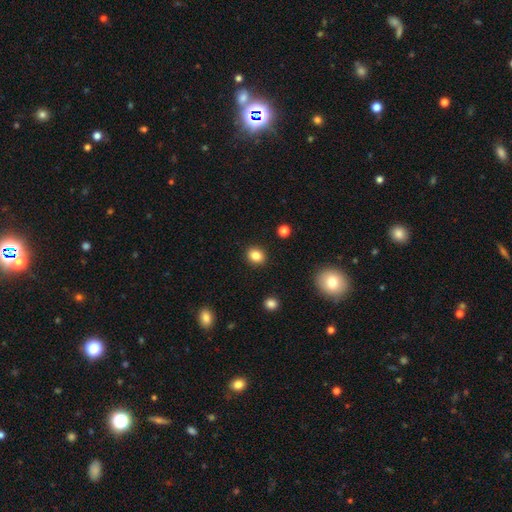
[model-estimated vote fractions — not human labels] Morphology: type=smooth (84%); roundness=round (57%); merging=none (90%).